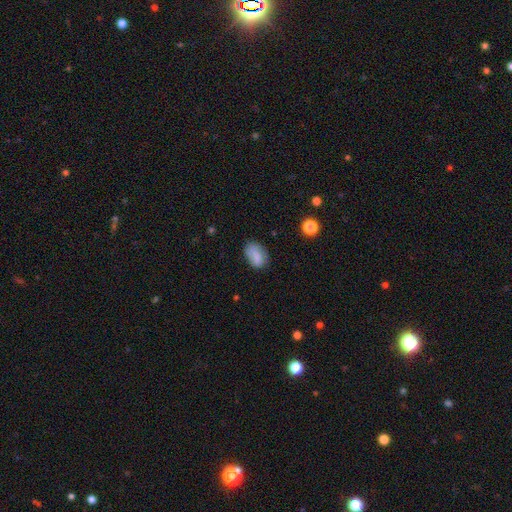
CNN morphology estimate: This appears to be a smooth galaxy with no disk features (78%) that is in between round and cigar-shaped (86%). Merging: none (65%).